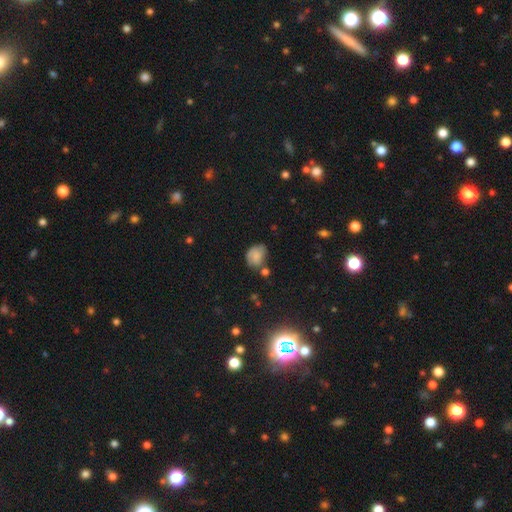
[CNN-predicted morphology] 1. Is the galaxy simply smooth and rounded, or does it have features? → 73% smooth, 17% featured or disk, 11% star or artifact.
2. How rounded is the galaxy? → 58% in between, 41% round, 1% cigar-shaped.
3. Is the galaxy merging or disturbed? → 47% none, 32% minor disturbance, 11% merger, 10% major disturbance.